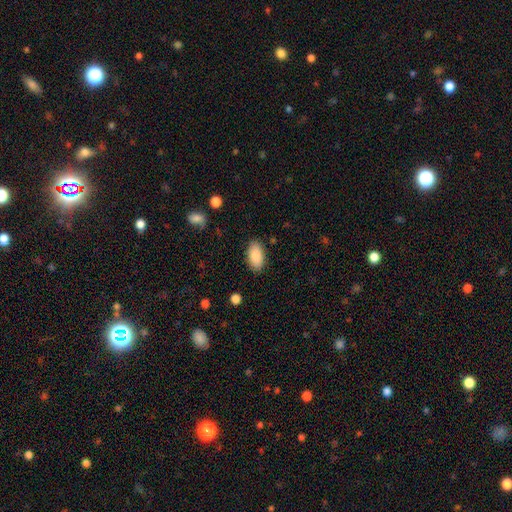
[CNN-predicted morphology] Smooth or featured: smooth — 88% (star or artifact — 7%)
How rounded: in between — 94% (round — 3%)
Merging: none — 86% (minor disturbance — 10%)